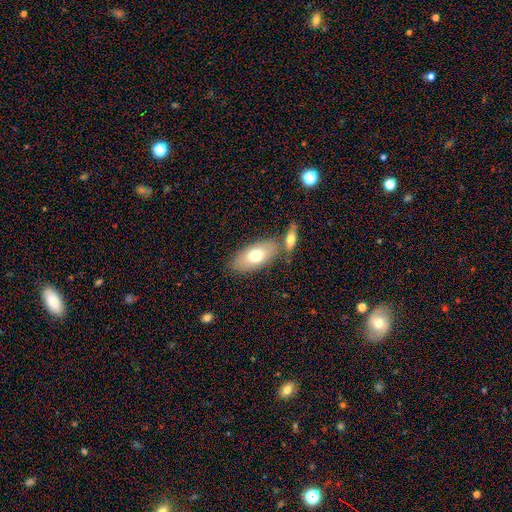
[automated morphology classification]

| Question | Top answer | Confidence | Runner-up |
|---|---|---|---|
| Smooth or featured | smooth | 70% | featured or disk (23%) |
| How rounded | in between | 89% | cigar-shaped (7%) |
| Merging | none | 66% | merger (20%) |